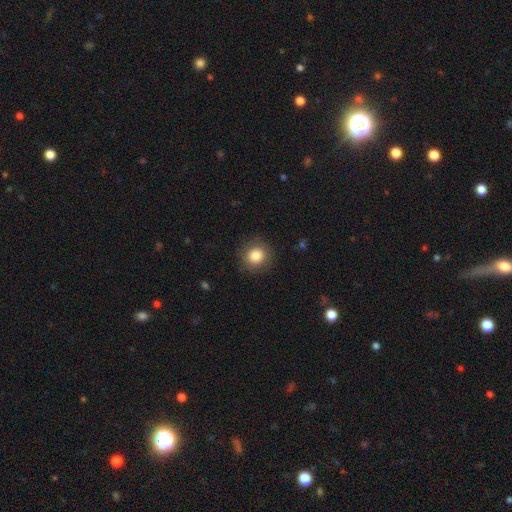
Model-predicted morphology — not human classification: smooth-or-featured: smooth: 83% | star or artifact: 10% | featured or disk: 7%
  how-rounded: round: 91% | in between: 8% | cigar-shaped: 1%
  merging: none: 88% | minor disturbance: 8% | major disturbance: 3% | merger: 1%